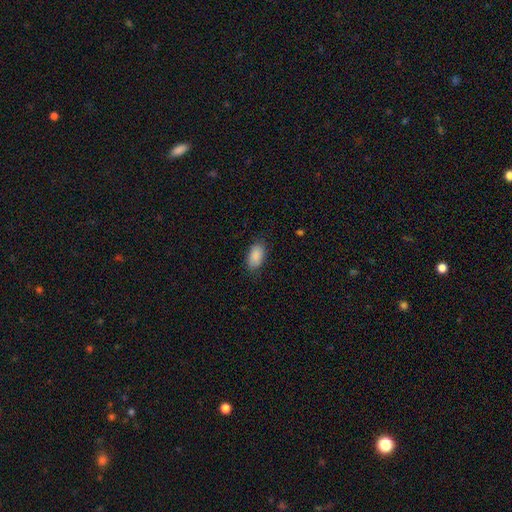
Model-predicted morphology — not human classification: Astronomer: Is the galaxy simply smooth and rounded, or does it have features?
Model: smooth — 89%.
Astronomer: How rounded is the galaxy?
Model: in between — 93%.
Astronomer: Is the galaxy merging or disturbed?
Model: none — 81%.